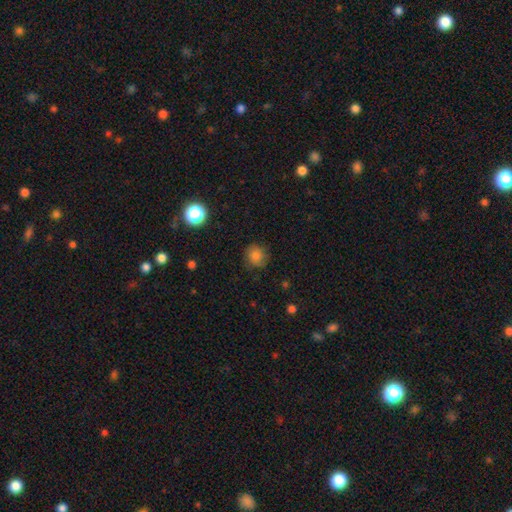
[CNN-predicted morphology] This appears to be a smooth galaxy with no disk features (78%) that is round (89%). Merging: none (81%).